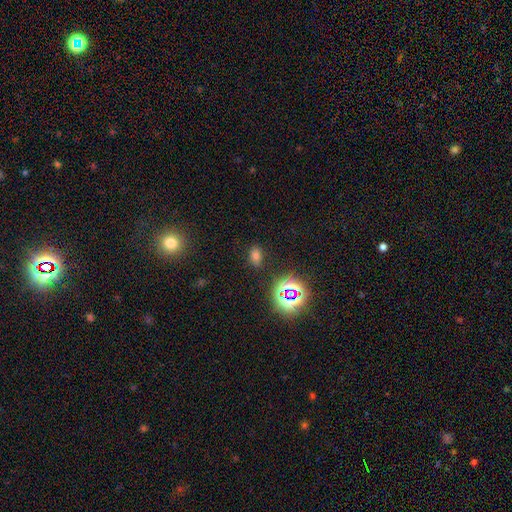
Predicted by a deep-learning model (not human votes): The model was most divided on "smooth or featured": smooth: 63%, star or artifact: 30%, featured or disk: 8%. More confident: merging — none (82%); how rounded — in between (78%).